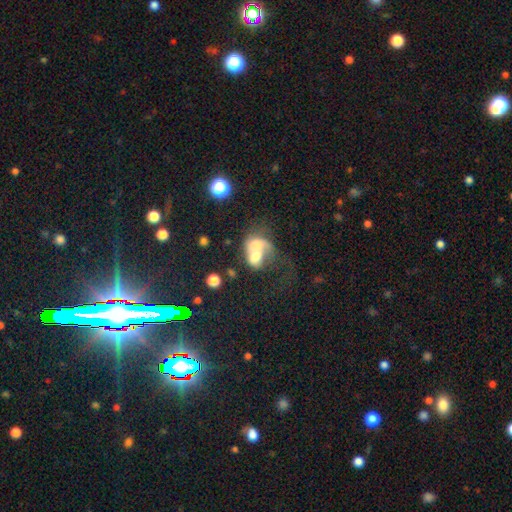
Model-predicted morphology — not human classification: smooth_or_featured: smooth (p=0.52) [alt: featured or disk p=0.38]
how_rounded: in between (p=0.59) [alt: round p=0.40]
merging: merger (p=0.74) [alt: major disturbance p=0.11]